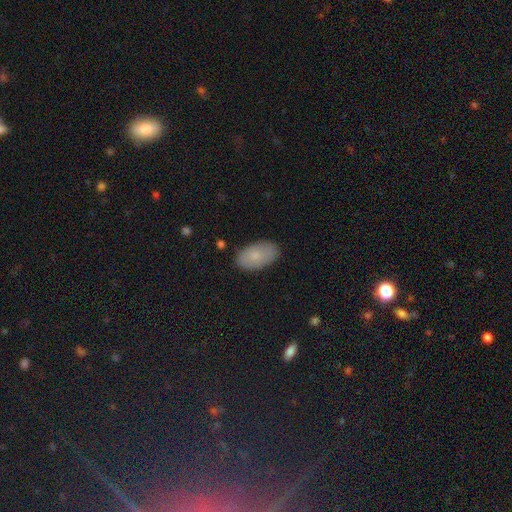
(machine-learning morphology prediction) smooth 80%, featured or disk 13%, star or artifact 7%. Down the decision tree: how rounded — in between (94%); merging — none (85%).